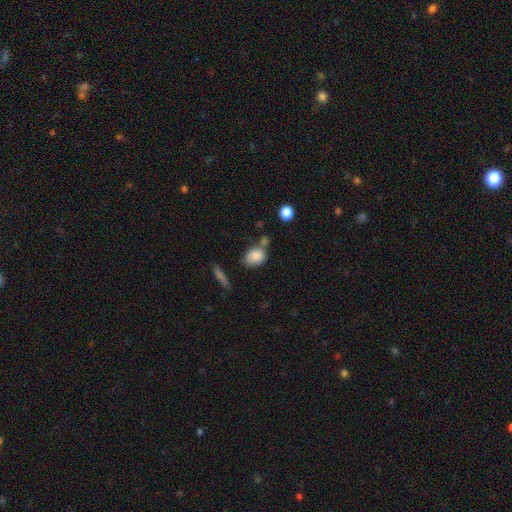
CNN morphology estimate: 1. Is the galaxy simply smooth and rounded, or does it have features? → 81% smooth, 10% featured or disk, 9% star or artifact.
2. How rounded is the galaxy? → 57% in between, 41% round, 2% cigar-shaped.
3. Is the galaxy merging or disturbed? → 46% none, 23% merger, 22% minor disturbance, 8% major disturbance.